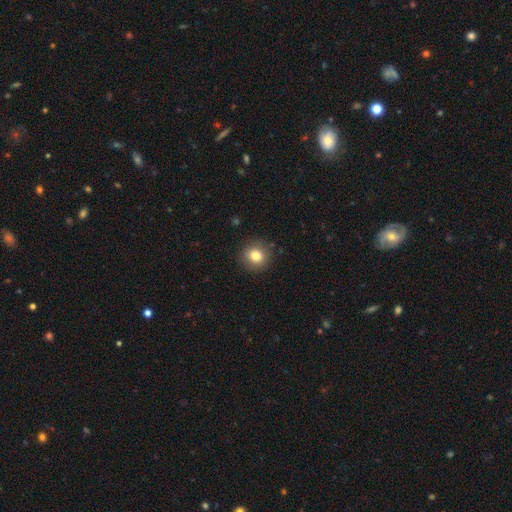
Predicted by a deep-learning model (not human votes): The model was most divided on "smooth or featured": smooth: 80%, star or artifact: 11%, featured or disk: 9%. More confident: merging — none (88%); how rounded — round (87%).